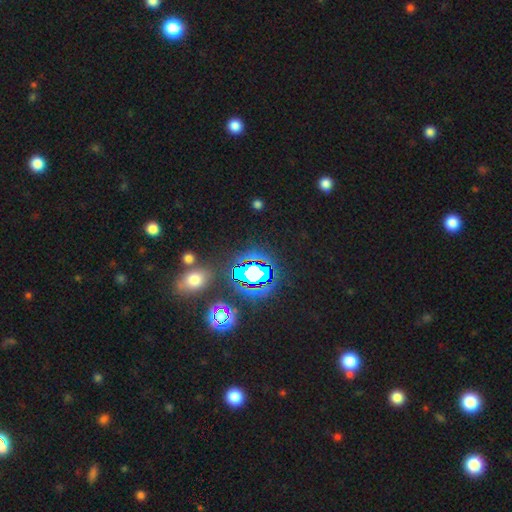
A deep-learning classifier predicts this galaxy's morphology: A star or artifact, not a galaxy (75%).

Vote fractions:
- Smooth or featured? star or artifact: 75% / smooth: 17% / featured or disk: 9%